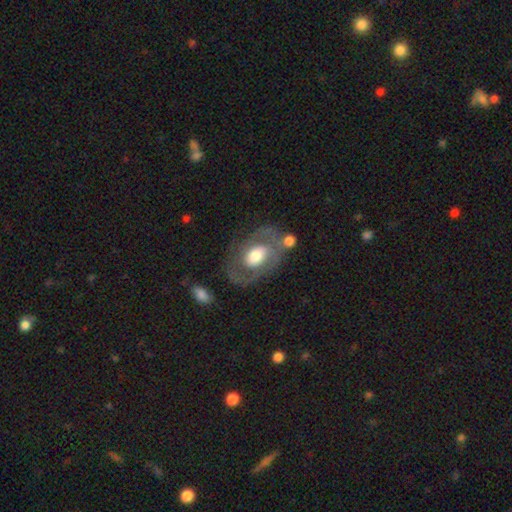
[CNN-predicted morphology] Smooth or featured? featured or disk (62%)
Edge-on disk? no (94%)
Bar? no (70%)
Spiral arms? yes (57%)
Bulge size? moderate (45%)
Merging? none (60%)